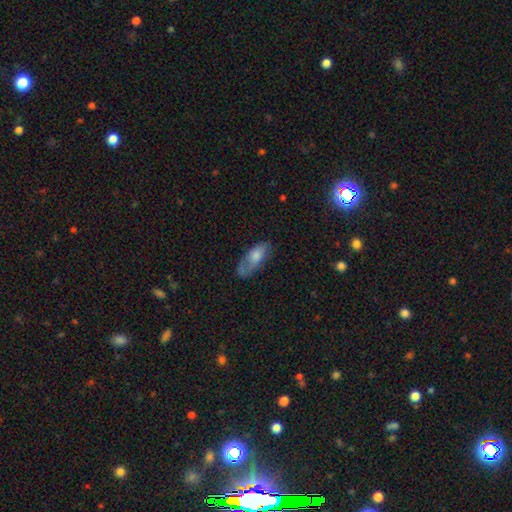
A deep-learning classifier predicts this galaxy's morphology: Smooth or featured? Predicted: smooth (p=0.57). How rounded? Predicted: in between (p=0.79). Merging? Predicted: none (p=0.52).